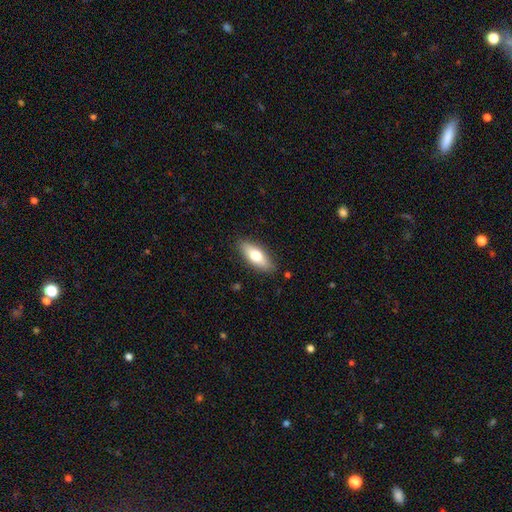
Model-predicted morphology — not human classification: This is likely a smooth galaxy (68%). How rounded: likely in between (71%). Merging: clearly none (87%).